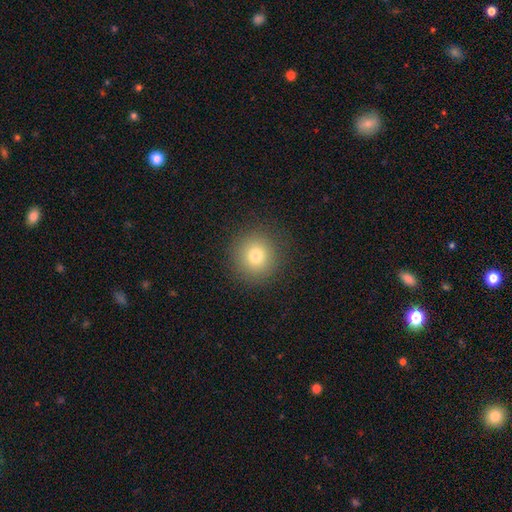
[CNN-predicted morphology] type=smooth (77%); roundness=round (93%); merging=none (90%).